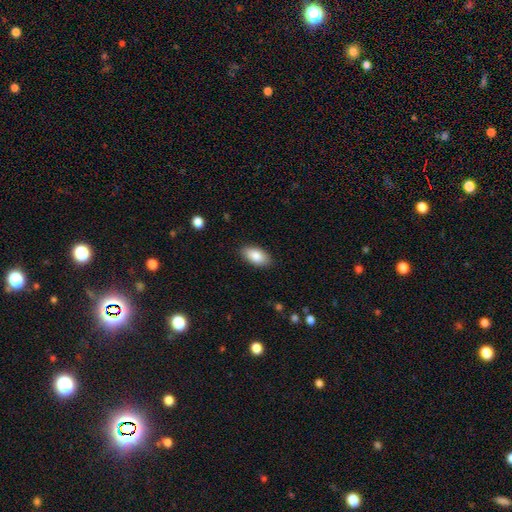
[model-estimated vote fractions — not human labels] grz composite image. It shows a smooth galaxy with no disk features (86%) that is in between round and cigar-shaped (93%). Merging: none (87%).